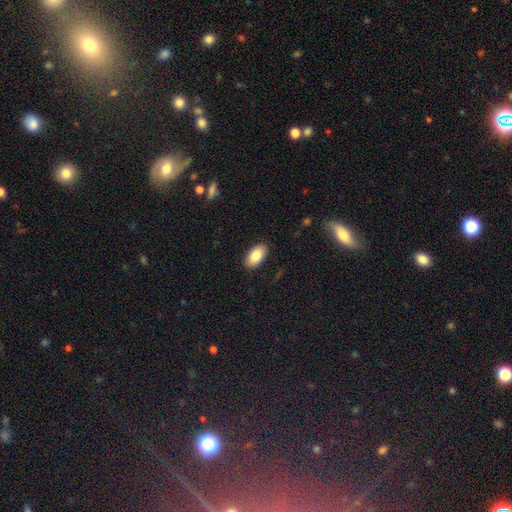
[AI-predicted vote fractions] This appears to be a smooth galaxy with no disk features (85%) that is in between round and cigar-shaped (95%). Merging: none (89%).